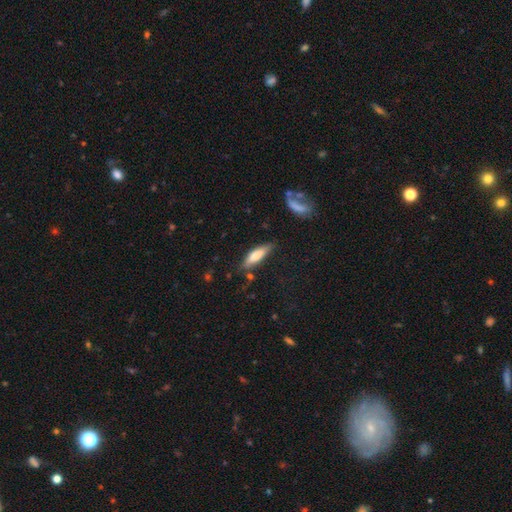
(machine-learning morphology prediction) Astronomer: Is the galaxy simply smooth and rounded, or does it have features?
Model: smooth — 70%.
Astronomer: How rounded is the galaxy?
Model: cigar-shaped — 59% (runner-up: in between, 39%).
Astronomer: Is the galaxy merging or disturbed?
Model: none — 73%.